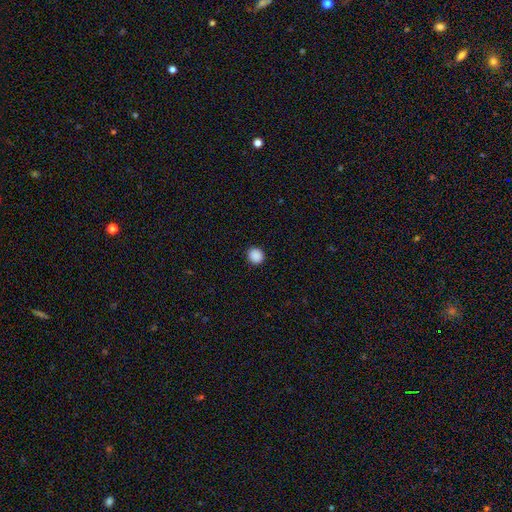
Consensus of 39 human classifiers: smooth_or_featured: smooth (p=0.90) [alt: featured or disk p=0.05]
how_rounded: round (p=0.97) [alt: in between p=0.03]
merging: none (p=0.89) [alt: minor disturbance p=0.08]